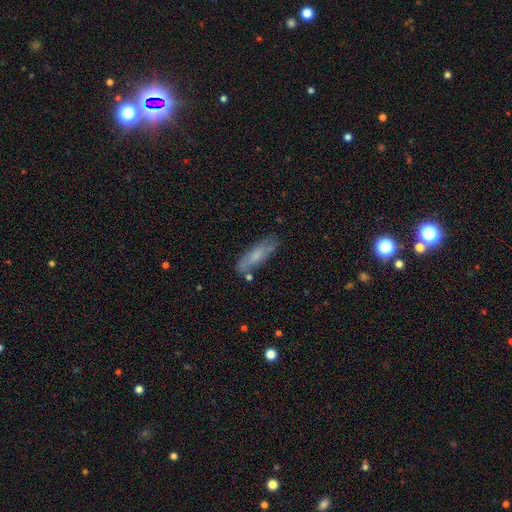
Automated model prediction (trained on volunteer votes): Morphology: type=smooth (64%); roundness=cigar-shaped (56%); merging=none (71%).